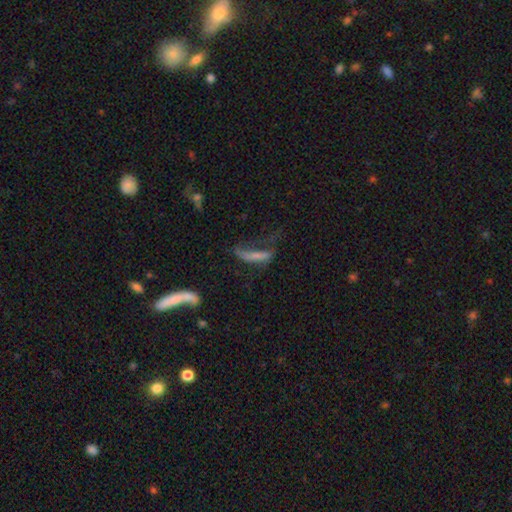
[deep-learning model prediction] Smooth or featured: smooth — 55% (featured or disk — 33%)
How rounded: cigar-shaped — 72% (in between — 25%)
Merging: major disturbance — 44% (none — 27%)